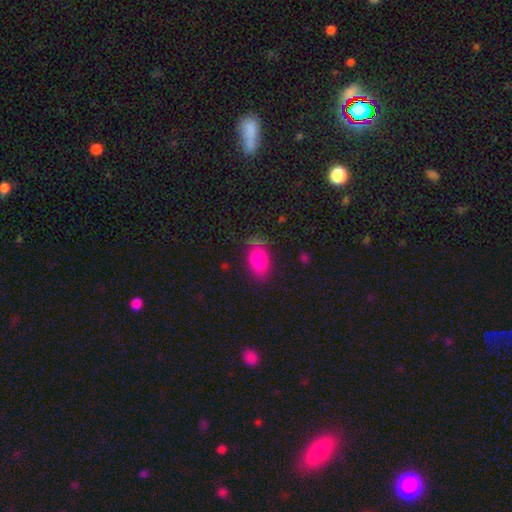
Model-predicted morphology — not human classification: Overall: smooth (82%). How rounded: in between (86%). Merging: none (67%).